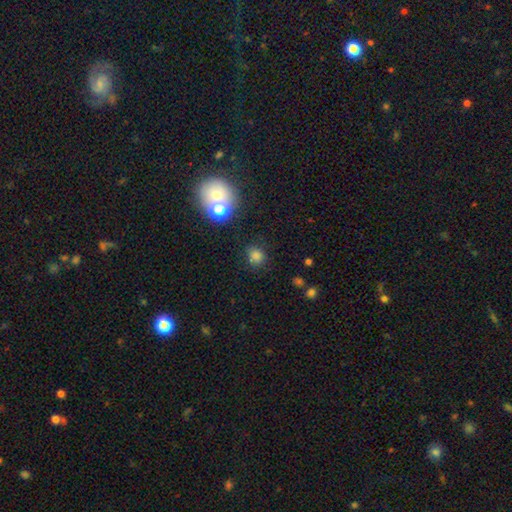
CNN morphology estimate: Smooth or featured: smooth — 77% (star or artifact — 17%)
How rounded: round — 77% (in between — 22%)
Merging: none — 75% (minor disturbance — 13%)